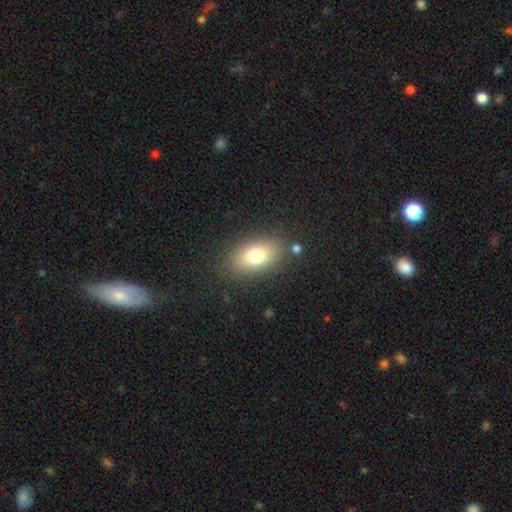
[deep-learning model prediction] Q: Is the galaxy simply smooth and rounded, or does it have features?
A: smooth — 75%.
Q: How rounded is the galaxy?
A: in between — 86%.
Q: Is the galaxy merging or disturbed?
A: none — 83%.